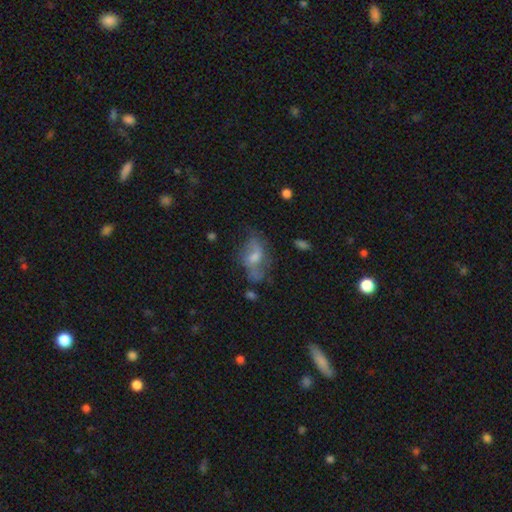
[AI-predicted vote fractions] featured or disk 56%, smooth 30%, star or artifact 13%. Down the decision tree: edge-on disk — no (91%); bar — no (47%); spiral arms — yes (71%); bulge size — moderate (47%); merging — none (57%).